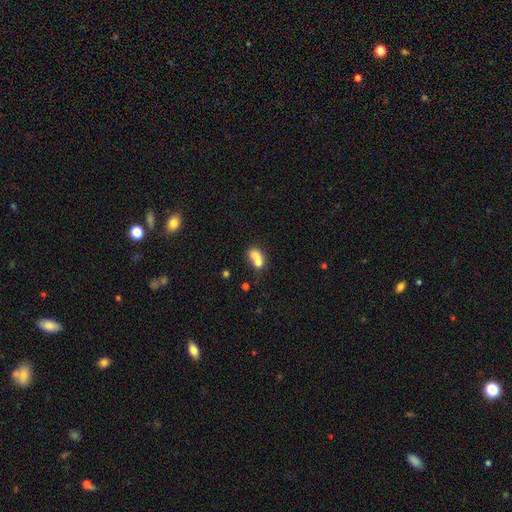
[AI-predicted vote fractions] The model was most divided on "how rounded": in between: 62%, round: 36%, cigar-shaped: 2%. More confident: smooth or featured — smooth (71%); merging — merger (70%).